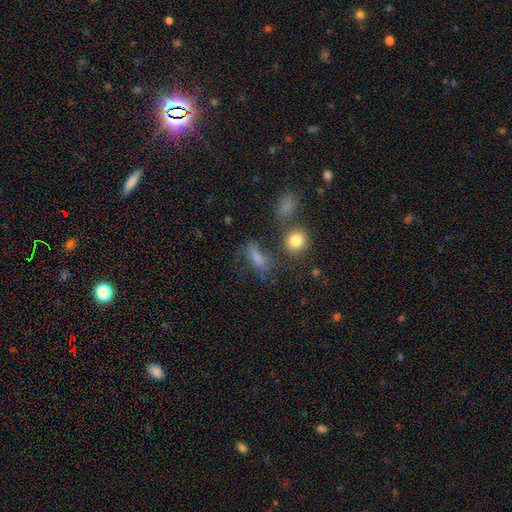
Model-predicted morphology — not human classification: A smooth galaxy with no disk features (64%) that is in between round and cigar-shaped (61%). Merging: none (51%).